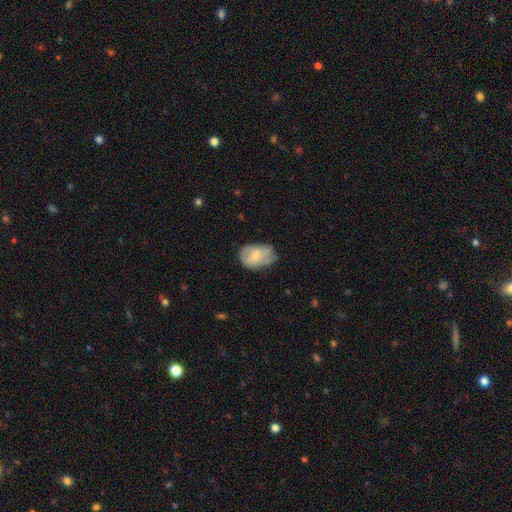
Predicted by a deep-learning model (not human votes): Morphology: type=smooth (57%); roundness=in between (83%); merging=none (55%).